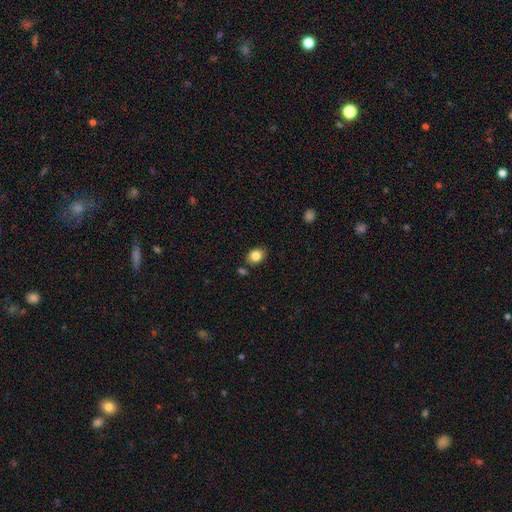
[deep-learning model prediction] This is clearly a smooth galaxy (84%). How rounded: possibly in between (51%). Merging: clearly none (81%).